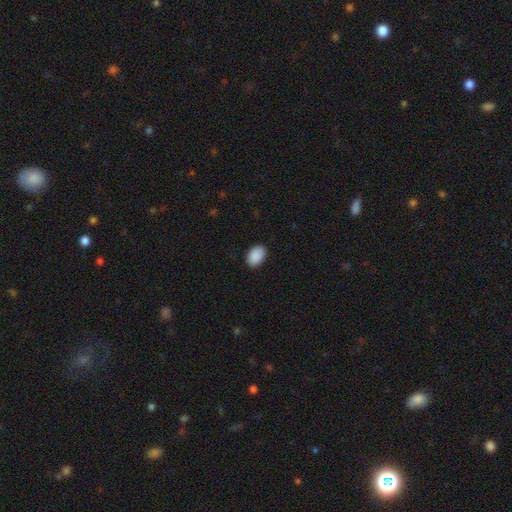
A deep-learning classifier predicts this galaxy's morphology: type=smooth (91%); roundness=in between (85%); merging=none (89%).